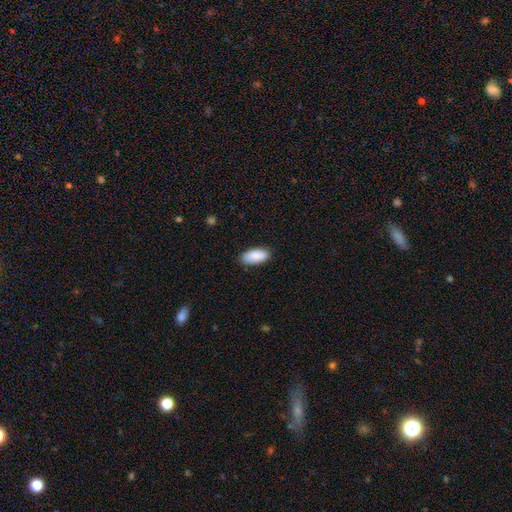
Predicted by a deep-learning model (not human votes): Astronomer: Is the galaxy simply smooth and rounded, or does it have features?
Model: smooth — 89%.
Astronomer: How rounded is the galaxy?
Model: in between — 90%.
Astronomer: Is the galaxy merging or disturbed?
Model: none — 85%.